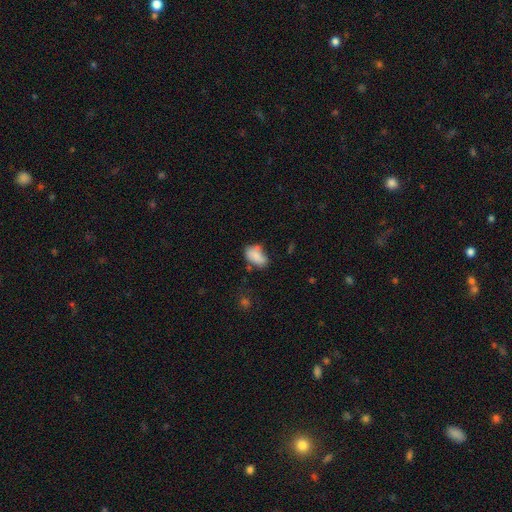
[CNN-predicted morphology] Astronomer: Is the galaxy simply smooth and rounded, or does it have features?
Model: smooth — 81%.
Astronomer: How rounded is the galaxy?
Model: in between — 89%.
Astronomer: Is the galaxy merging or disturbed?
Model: none — 45% (runner-up: minor disturbance, 33%).